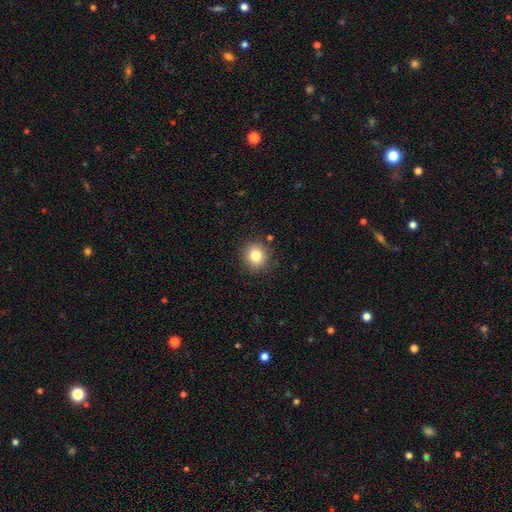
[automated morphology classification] The model was most divided on "smooth or featured": smooth: 81%, star or artifact: 11%, featured or disk: 8%. More confident: how rounded — round (90%); merging — none (89%).